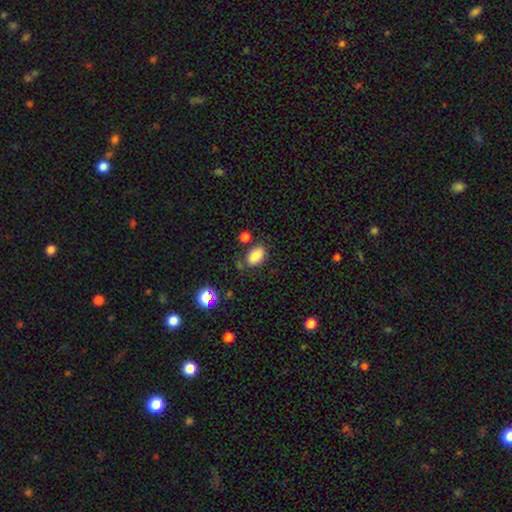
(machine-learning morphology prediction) Overall: smooth (84%). How rounded: in between (85%). Merging: none (71%).